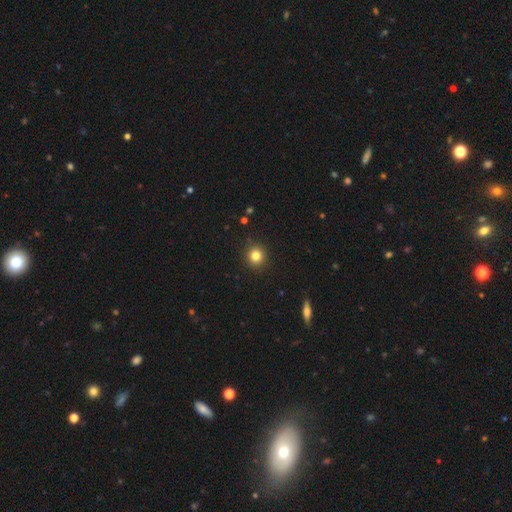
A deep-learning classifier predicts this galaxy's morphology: Smooth or featured?
  - smooth: 81% *
  - star or artifact: 12%
  - featured or disk: 7%
How rounded?
  - round: 92% *
  - in between: 7%
  - cigar-shaped: 1%
Merging?
  - none: 91% *
  - minor disturbance: 6%
  - major disturbance: 2%
  - merger: 1%